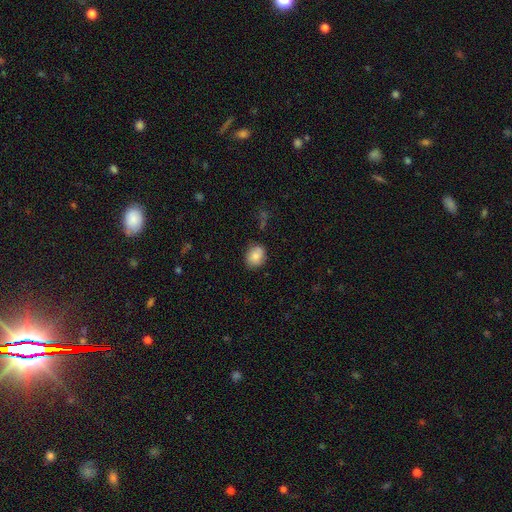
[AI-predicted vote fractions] This appears to be a smooth galaxy with no disk features (82%) that is round (57%). Merging: none (79%).